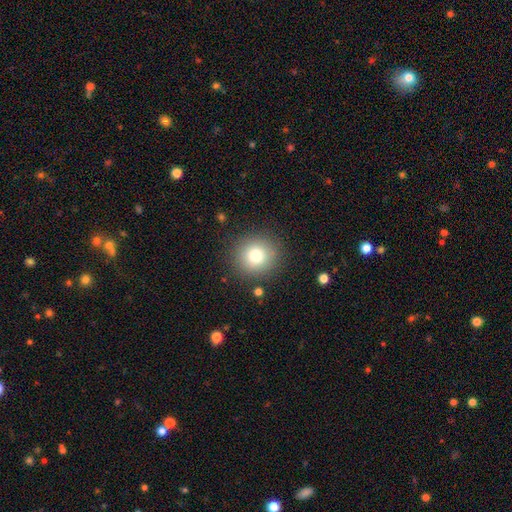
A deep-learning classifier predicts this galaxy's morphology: Smooth or featured: smooth — 78% (star or artifact — 12%)
How rounded: round — 92% (in between — 7%)
Merging: none — 87% (minor disturbance — 8%)